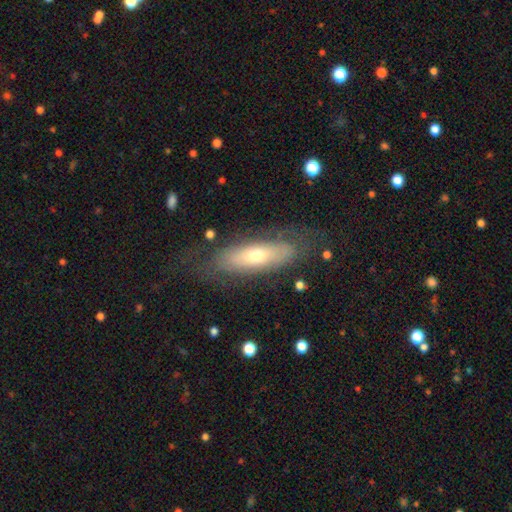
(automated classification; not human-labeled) A featured or disk galaxy (52%).

Vote fractions:
- Smooth or featured? featured or disk: 52% / smooth: 41% / star or artifact: 7%
- Edge-on disk? no: 66% / yes: 34%
- Merging? none: 69% / minor disturbance: 18% / major disturbance: 11% / merger: 2%